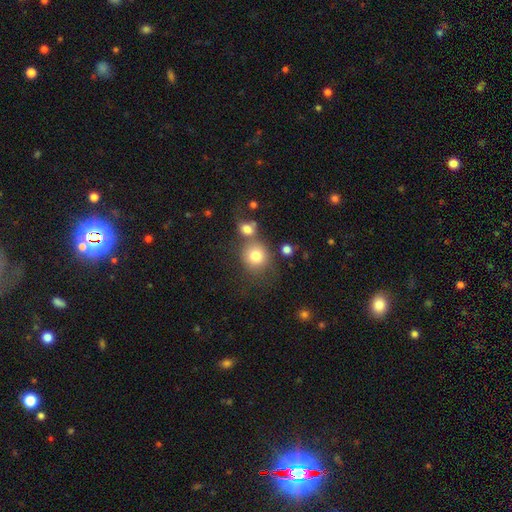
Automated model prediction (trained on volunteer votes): smooth-or-featured: smooth: 79% | star or artifact: 11% | featured or disk: 10%
  how-rounded: round: 86% | in between: 13% | cigar-shaped: 1%
  merging: none: 54% | merger: 29% | minor disturbance: 11% | major disturbance: 6%